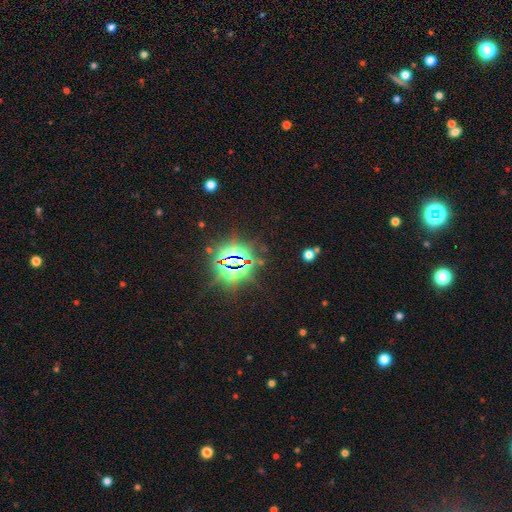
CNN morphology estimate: Smooth or featured? Predicted: star or artifact (p=0.85).